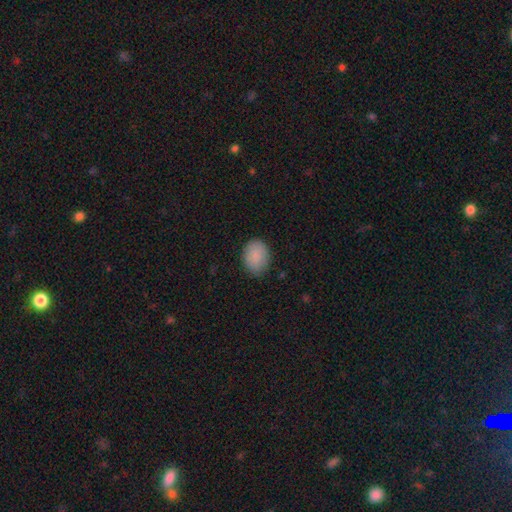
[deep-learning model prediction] Morphology: type=smooth (88%); roundness=in between (66%); merging=none (82%).